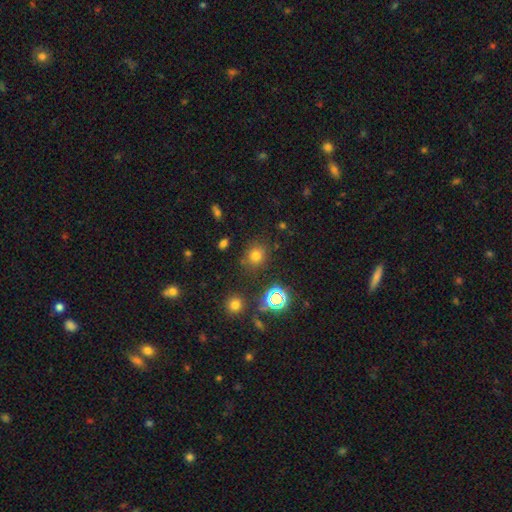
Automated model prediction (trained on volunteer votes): Smooth or featured? Predicted: smooth (p=0.68). How rounded? Predicted: round (p=0.81). Merging? Predicted: none (p=0.82).